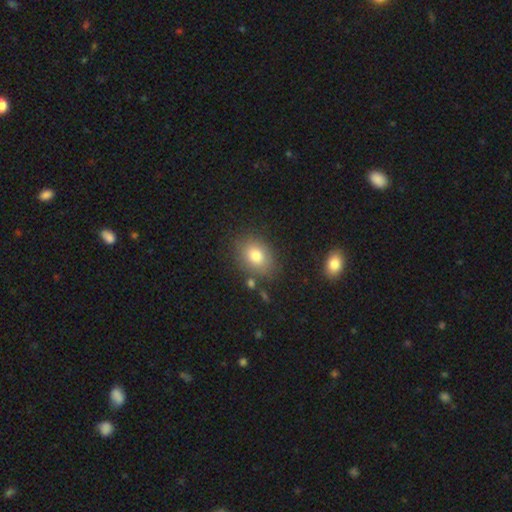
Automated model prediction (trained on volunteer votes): This is likely a smooth galaxy (80%). How rounded: likely in between (63%). Merging: likely none (78%).